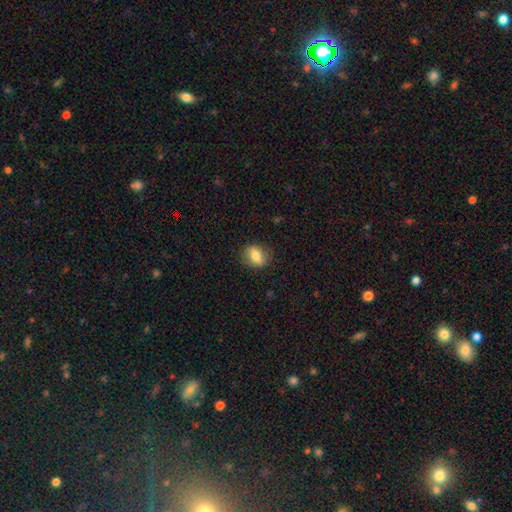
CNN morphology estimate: Overall: smooth (71%). How rounded: in between (62%; round 36%). Merging: none (83%).